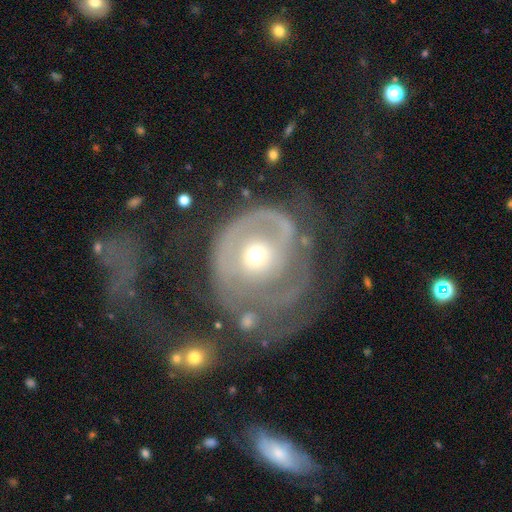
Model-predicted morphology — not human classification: A featured or disk galaxy (79%) with no bar (81%), tight (56%) spiral arms (74%) and a small central bulge (50%).

Vote fractions:
- Smooth or featured? featured or disk: 79% / smooth: 15% / star or artifact: 6%
- Edge-on disk? no: 97% / yes: 3%
- Bar? no: 81% / weak: 15% / strong: 5%
- Spiral arms? yes: 74% / no: 26%
- Spiral winding? tight: 56% / medium: 27% / loose: 17%
- Spiral arm count? can't tell: 33% / 2: 27% / 1: 25% / 3: 7% / 4: 4% / more than 4: 4%
- Bulge size? small: 50% / moderate: 45% / large: 3% / dominant: 1% / none: 1%
- Merging? major disturbance: 46% / none: 31% / minor disturbance: 16% / merger: 7%